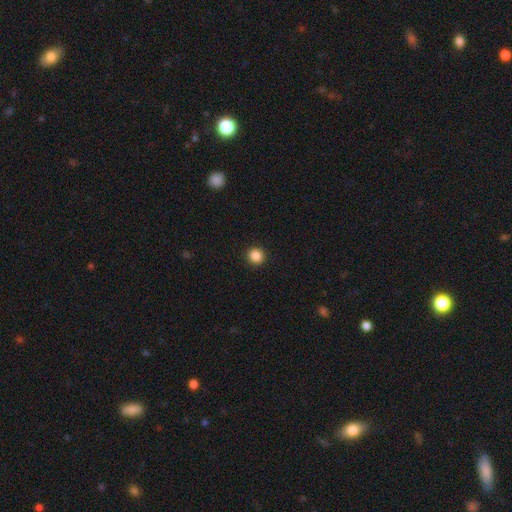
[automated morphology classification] Smooth or featured?
  - smooth: 86% *
  - star or artifact: 10%
  - featured or disk: 3%
How rounded?
  - round: 93% *
  - in between: 6%
  - cigar-shaped: 1%
Merging?
  - none: 93% *
  - minor disturbance: 4%
  - major disturbance: 2%
  - merger: 1%